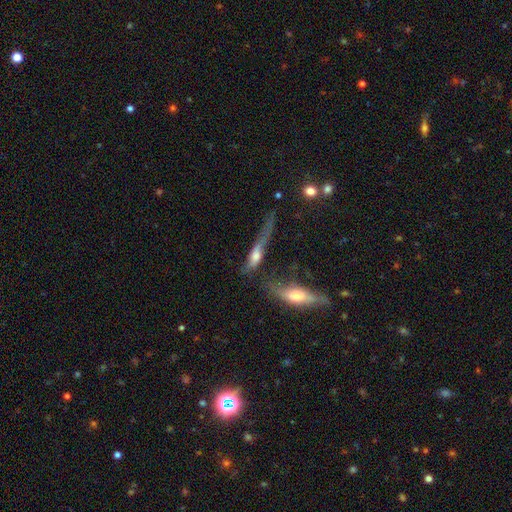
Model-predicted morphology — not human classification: smooth_or_featured: smooth (p=0.46) [alt: featured or disk p=0.44]
merging: major disturbance (p=0.35) [alt: merger p=0.27]